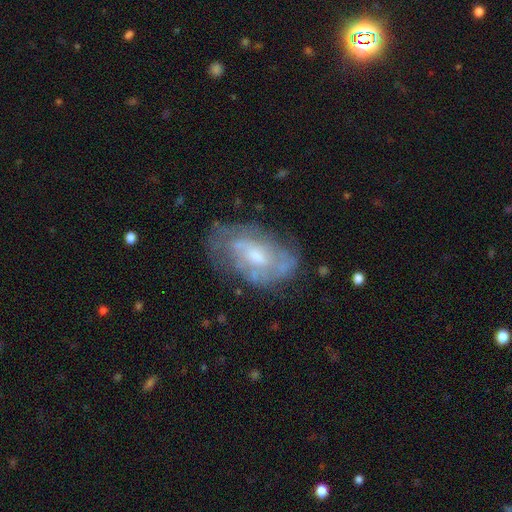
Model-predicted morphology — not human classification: Smooth or featured?
  - featured or disk: 66% *
  - smooth: 26%
  - star or artifact: 8%
Edge-on disk?
  - no: 95% *
  - yes: 5%
Bar?
  - no: 56% *
  - weak: 37%
  - strong: 7%
Spiral arms?
  - yes: 62% *
  - no: 38%
Bulge size?
  - moderate: 48% *
  - small: 36%
  - none: 8%
  - large: 6%
  - dominant: 1%
Merging?
  - none: 61% *
  - minor disturbance: 24%
  - major disturbance: 13%
  - merger: 3%